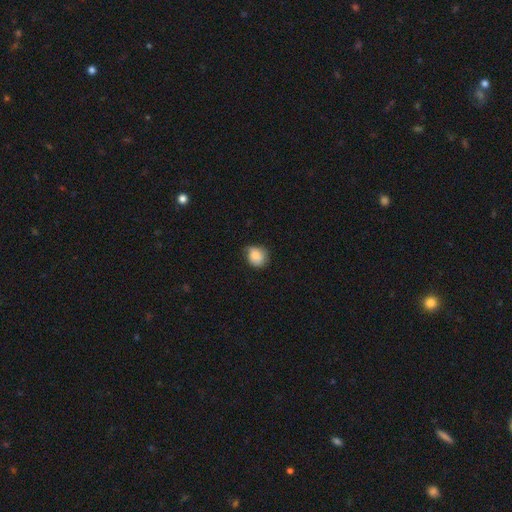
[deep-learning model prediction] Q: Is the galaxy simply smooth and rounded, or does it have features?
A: smooth — 76%.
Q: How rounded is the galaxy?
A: round — 70%.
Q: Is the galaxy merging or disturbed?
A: none — 58%.